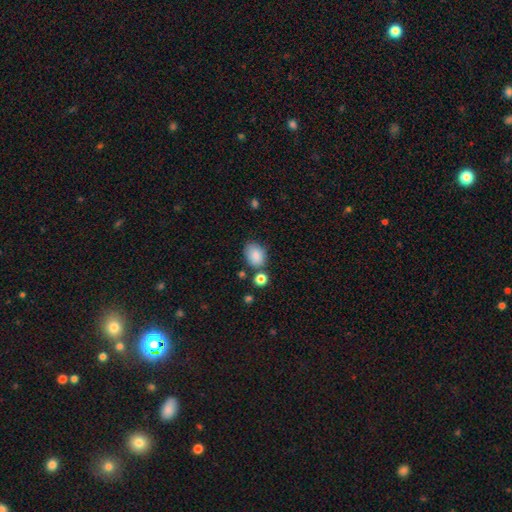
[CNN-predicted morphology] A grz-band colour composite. It shows a smooth galaxy with no disk features (84%) that is in between round and cigar-shaped (72%). Merging: none (68%).